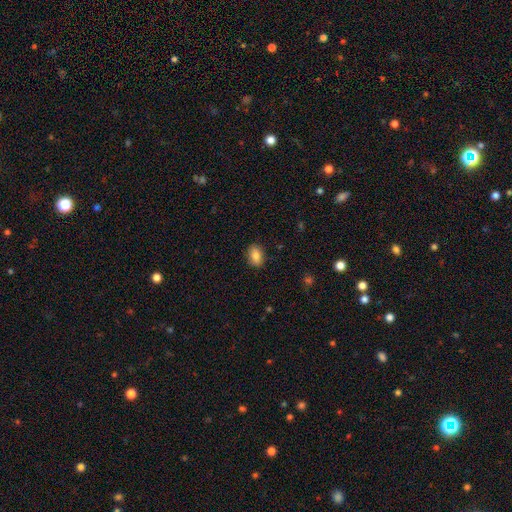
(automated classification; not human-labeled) This appears to be a smooth galaxy with no disk features (85%) that is in between round and cigar-shaped (83%). Merging: none (86%).